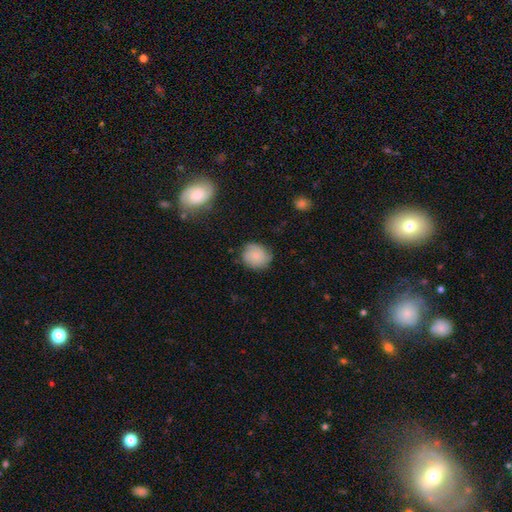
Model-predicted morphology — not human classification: Smooth or featured? smooth (63%)
How rounded? round (75%)
Merging? none (72%)